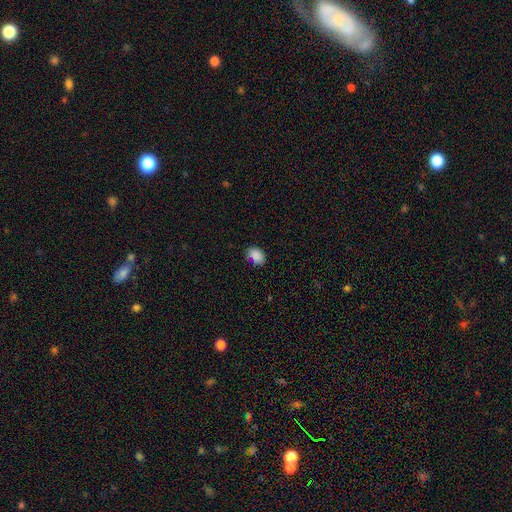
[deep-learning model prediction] Smooth or featured? Predicted: smooth (p=0.87). How rounded? Predicted: in between (p=0.75). Merging? Predicted: none (p=0.72).